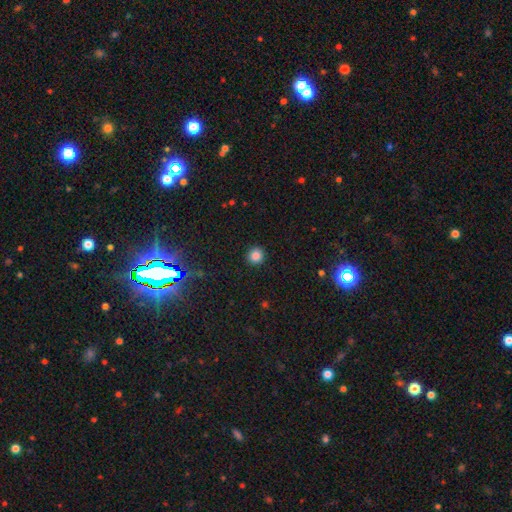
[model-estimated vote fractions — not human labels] This appears to be a smooth galaxy with no disk features (85%) that is round (94%). Merging: none (93%).